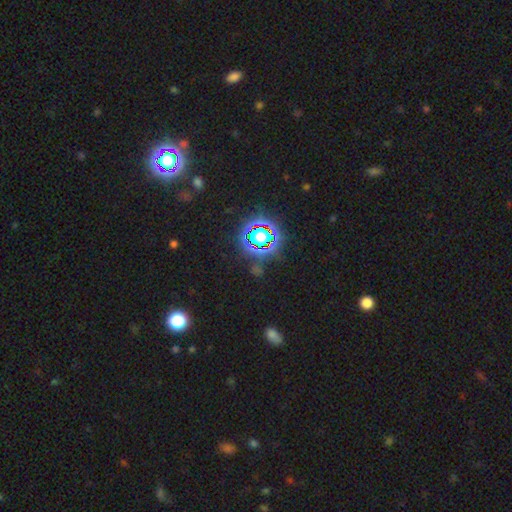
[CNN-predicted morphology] Q: Smooth or featured?
A: star or artifact (80%); runner-up: smooth (13%)